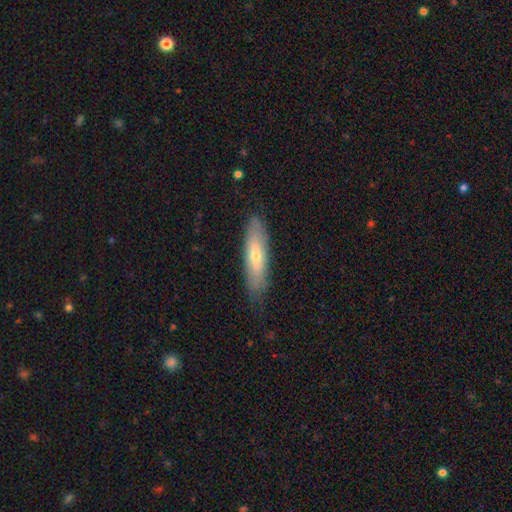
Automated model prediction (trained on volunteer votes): This appears to be a smooth galaxy with no disk features (51%) that is cigar-shaped (66%). Merging: none (81%).